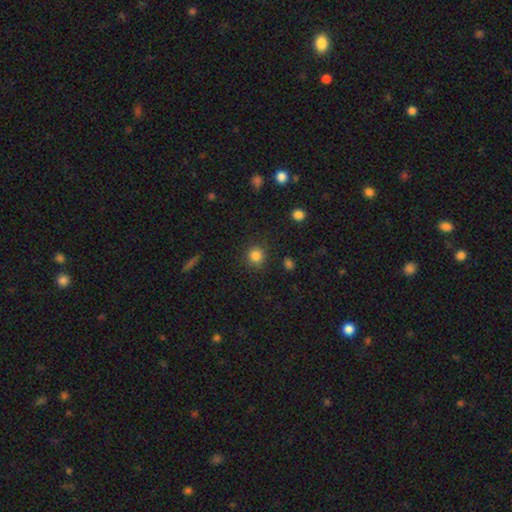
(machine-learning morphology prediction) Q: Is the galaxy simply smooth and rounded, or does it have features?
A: smooth — 83%.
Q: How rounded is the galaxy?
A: round — 90%.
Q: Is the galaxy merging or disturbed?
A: none — 87%.